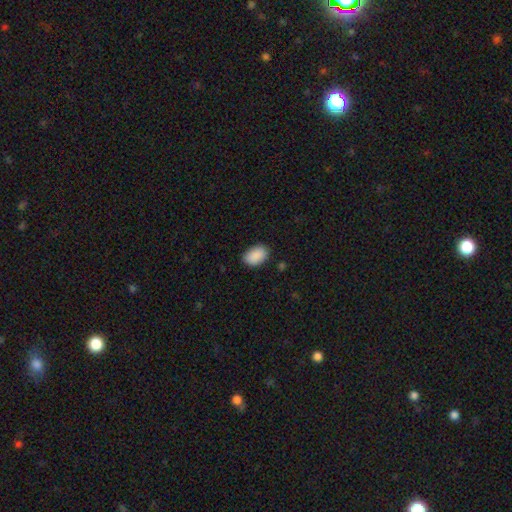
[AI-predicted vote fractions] Overall: smooth (90%). How rounded: in between (89%). Merging: none (85%).